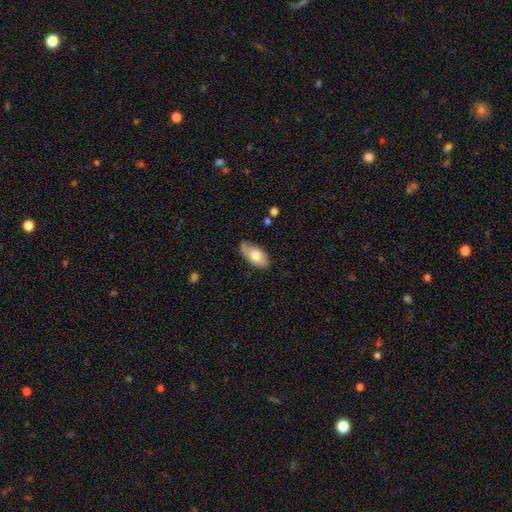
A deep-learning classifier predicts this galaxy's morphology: This appears to be a smooth galaxy with no disk features (73%) that is in between round and cigar-shaped (92%). Merging: none (71%).